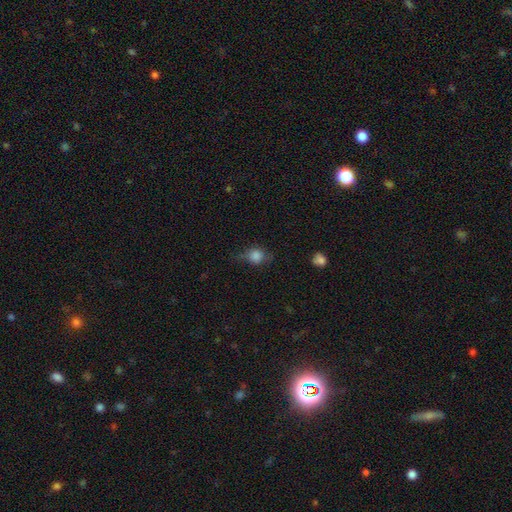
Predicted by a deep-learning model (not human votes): smooth-or-featured: smooth: 78% | featured or disk: 11% | star or artifact: 11%
  how-rounded: round: 73% | in between: 25% | cigar-shaped: 2%
  merging: none: 55% | minor disturbance: 30% | major disturbance: 13% | merger: 2%